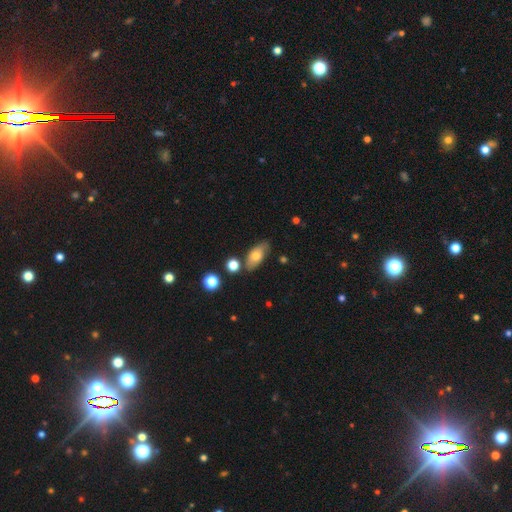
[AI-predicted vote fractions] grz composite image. It shows a smooth galaxy with no disk features (69%) that is in between round and cigar-shaped (87%). Merging: none (71%).